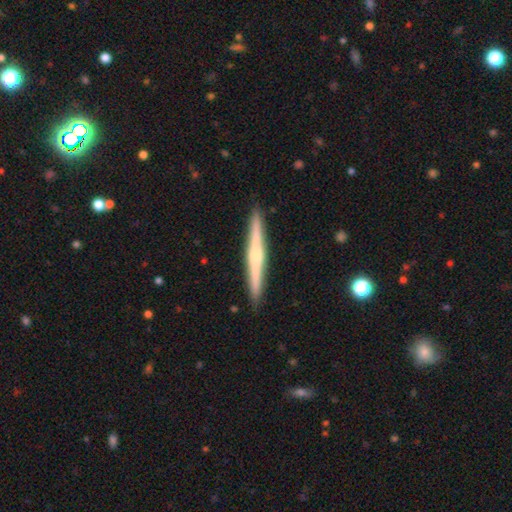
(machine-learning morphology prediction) smooth_or_featured: featured or disk (p=0.66) [alt: smooth p=0.28]
disk_edge_on: yes (p=0.98) [alt: no p=0.02]
edge_on_bulge: rounded (p=0.65) [alt: none p=0.24]
merging: none (p=0.92) [alt: minor disturbance p=0.05]